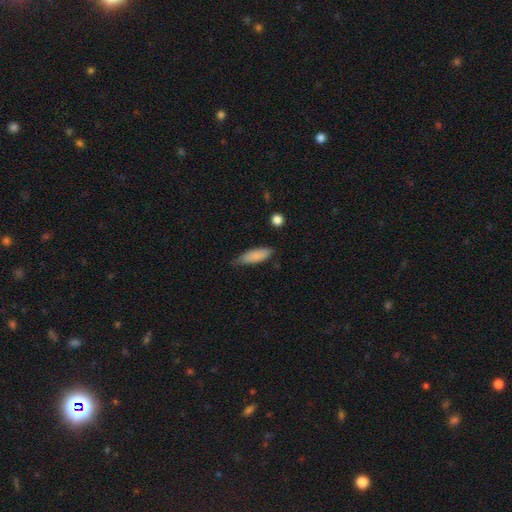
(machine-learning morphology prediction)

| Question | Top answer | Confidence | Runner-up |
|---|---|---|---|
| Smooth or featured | smooth | 84% | featured or disk (10%) |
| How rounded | in between | 61% | cigar-shaped (37%) |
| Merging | none | 64% | minor disturbance (29%) |